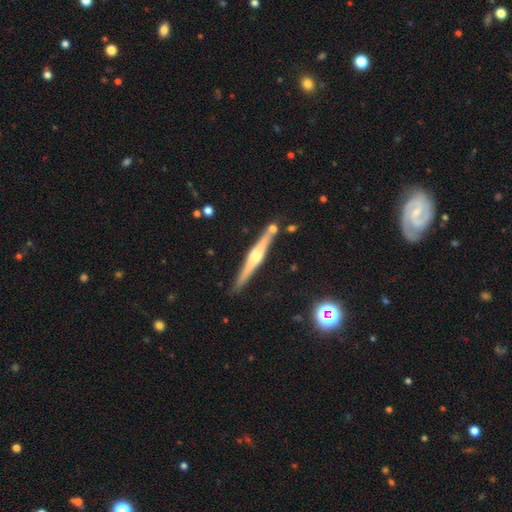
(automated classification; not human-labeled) Smooth or featured? Predicted: featured or disk (p=0.74). Edge-on disk? Predicted: yes (p=0.98). Edge-on bulge? Predicted: rounded (p=0.84). Merging? Predicted: none (p=0.84).